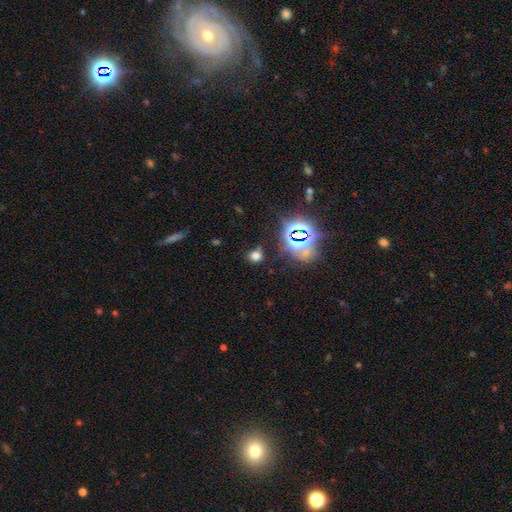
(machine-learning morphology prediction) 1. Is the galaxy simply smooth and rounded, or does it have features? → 59% smooth, 34% star or artifact, 7% featured or disk.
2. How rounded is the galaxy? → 70% round, 29% in between, 1% cigar-shaped.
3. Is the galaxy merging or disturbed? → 76% none, 13% minor disturbance, 6% merger, 5% major disturbance.